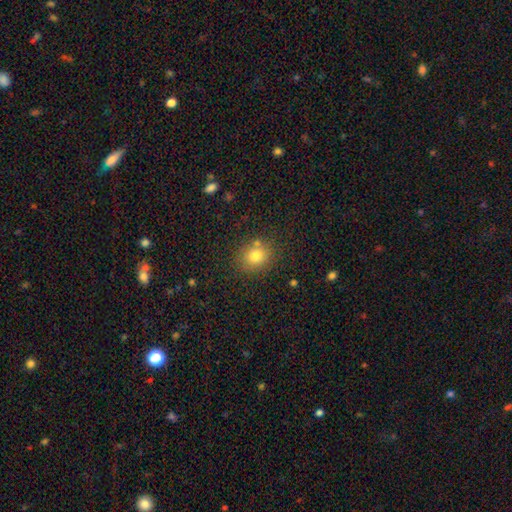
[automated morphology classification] Overall: smooth (80%). How rounded: round (74%). Merging: none (78%).